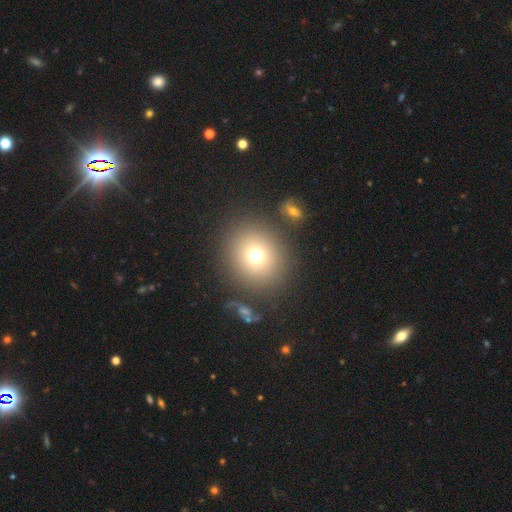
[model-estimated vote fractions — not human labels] Smooth or featured?
  - smooth: 71% *
  - star or artifact: 17%
  - featured or disk: 12%
How rounded?
  - round: 84% *
  - in between: 15%
  - cigar-shaped: 1%
Merging?
  - none: 81% *
  - minor disturbance: 8%
  - merger: 6%
  - major disturbance: 5%